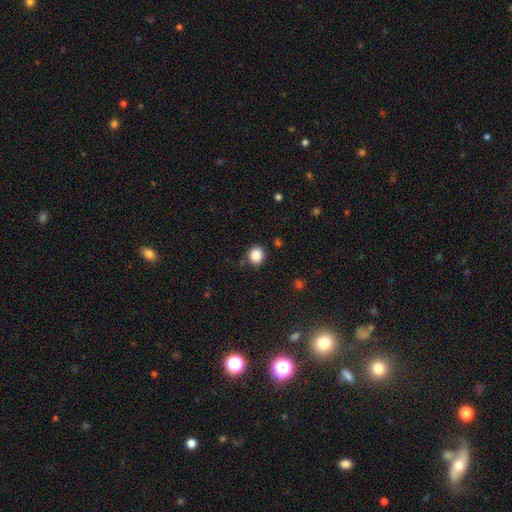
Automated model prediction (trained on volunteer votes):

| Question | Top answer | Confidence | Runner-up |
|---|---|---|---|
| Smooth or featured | smooth | 87% | star or artifact (10%) |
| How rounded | round | 76% | in between (23%) |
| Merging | none | 84% | minor disturbance (11%) |